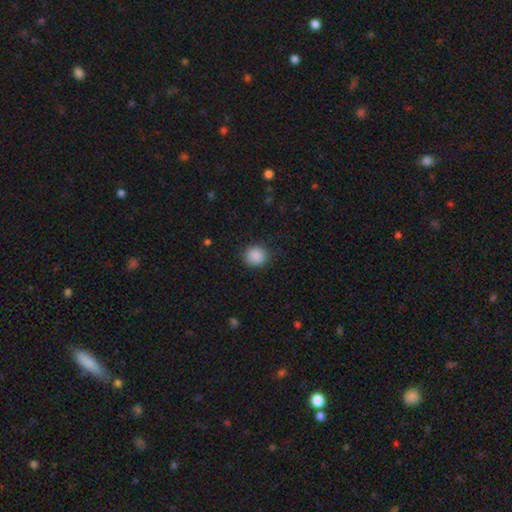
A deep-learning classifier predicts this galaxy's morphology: This is clearly a smooth galaxy (89%). How rounded: clearly round (82%). Merging: clearly none (86%).